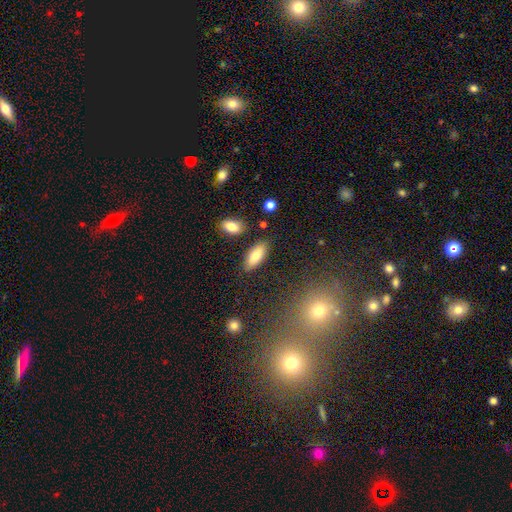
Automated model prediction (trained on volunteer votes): smooth_or_featured: smooth (p=0.78) [alt: featured or disk p=0.15]
how_rounded: in between (p=0.82) [alt: cigar-shaped p=0.15]
merging: none (p=0.83) [alt: minor disturbance p=0.11]